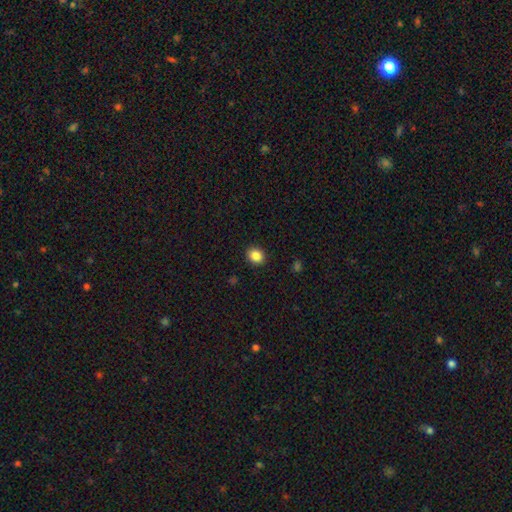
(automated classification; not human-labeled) This appears to be a smooth galaxy with no disk features (86%) that is round (66%). Merging: none (91%).